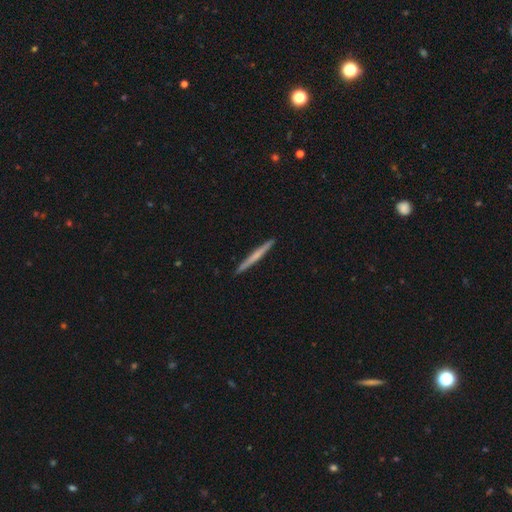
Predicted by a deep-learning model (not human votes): smooth-or-featured: smooth: 49% | featured or disk: 45% | star or artifact: 6%
  merging: none: 93% | minor disturbance: 5% | major disturbance: 1% | merger: 1%